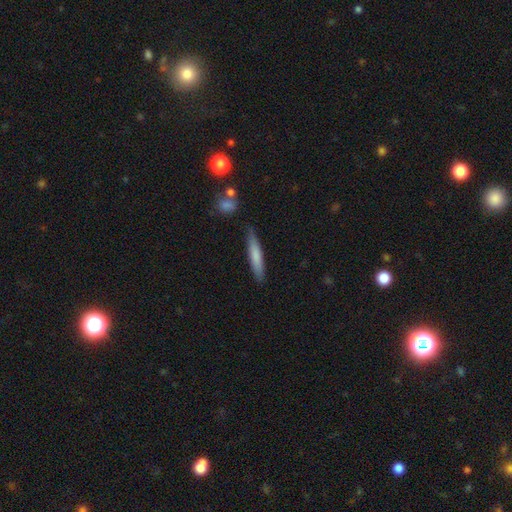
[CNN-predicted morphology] This is likely a smooth galaxy (74%). How rounded: clearly cigar-shaped (91%). Merging: clearly none (84%).